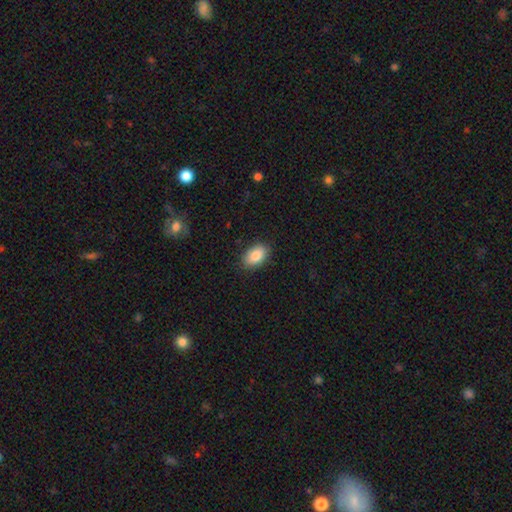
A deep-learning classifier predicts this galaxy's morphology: Q: Smooth or featured?
A: smooth (86%); runner-up: star or artifact (7%)
Q: How rounded?
A: in between (91%); runner-up: round (7%)
Q: Merging?
A: none (86%); runner-up: minor disturbance (10%)